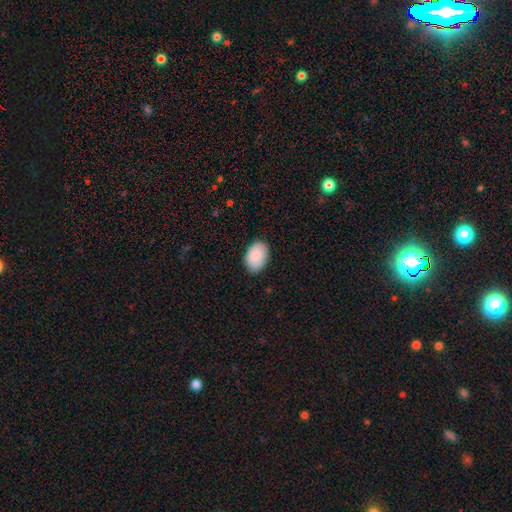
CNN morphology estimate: smooth 88%, featured or disk 6%, star or artifact 6%. Down the decision tree: how rounded — in between (88%); merging — none (84%).